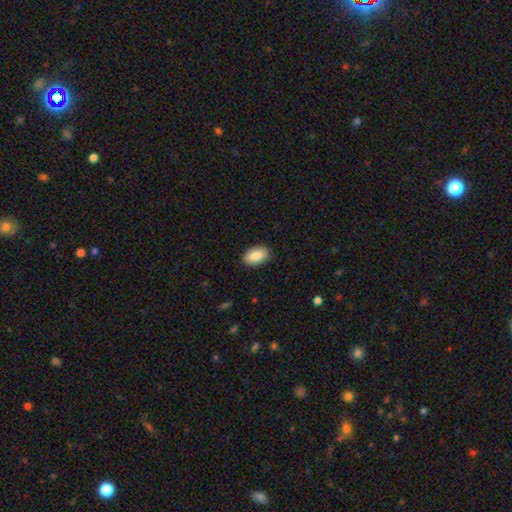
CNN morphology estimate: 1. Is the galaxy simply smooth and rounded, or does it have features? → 87% smooth, 7% featured or disk, 6% star or artifact.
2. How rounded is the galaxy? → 93% in between, 5% round, 2% cigar-shaped.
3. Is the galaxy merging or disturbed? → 87% none, 10% minor disturbance, 2% major disturbance, 1% merger.